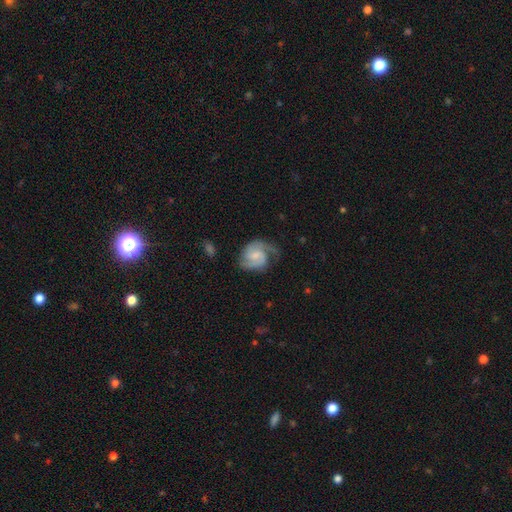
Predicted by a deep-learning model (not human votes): smooth_or_featured: featured or disk (p=0.83) [alt: smooth p=0.12]
disk_edge_on: no (p=0.98) [alt: yes p=0.02]
bar: weak (p=0.49) [alt: no p=0.41]
has_spiral_arms: yes (p=0.97) [alt: no p=0.03]
spiral_winding: medium (p=0.50) [alt: tight p=0.36]
spiral_arm_count: 2 (p=0.83) [alt: 1 p=0.06]
bulge_size: small (p=0.36) [alt: moderate p=0.33]
merging: none (p=0.65) [alt: minor disturbance p=0.22]